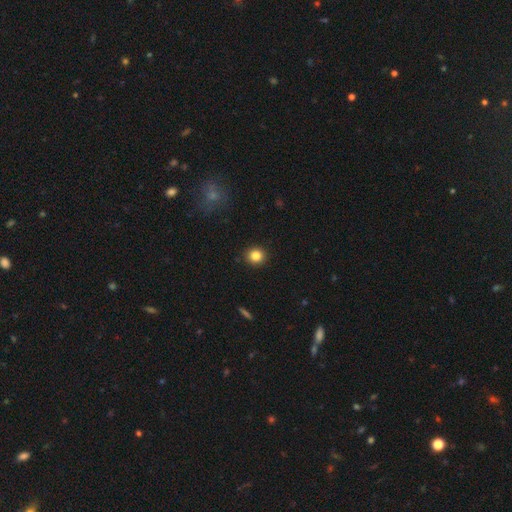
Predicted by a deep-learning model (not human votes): The model was most divided on "smooth or featured": smooth: 84%, star or artifact: 11%, featured or disk: 5%. More confident: merging — none (92%); how rounded — round (88%).